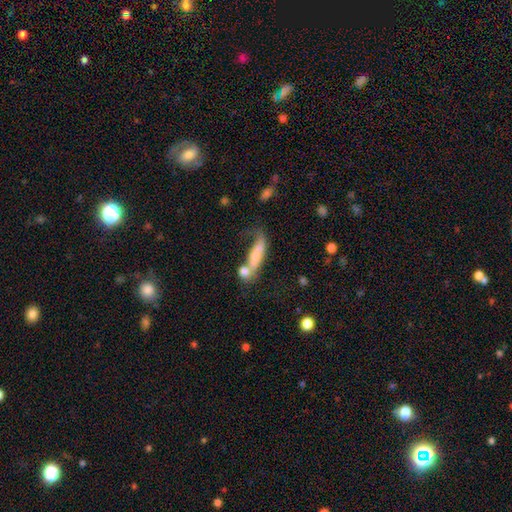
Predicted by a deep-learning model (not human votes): A smooth galaxy with no disk features (57%) that is cigar-shaped (49%).

Vote fractions:
- Smooth or featured? smooth: 57% / featured or disk: 34% / star or artifact: 9%
- How rounded? cigar-shaped: 49% / in between: 46% / round: 5%
- Merging? merger: 45% / none: 23% / major disturbance: 18% / minor disturbance: 15%